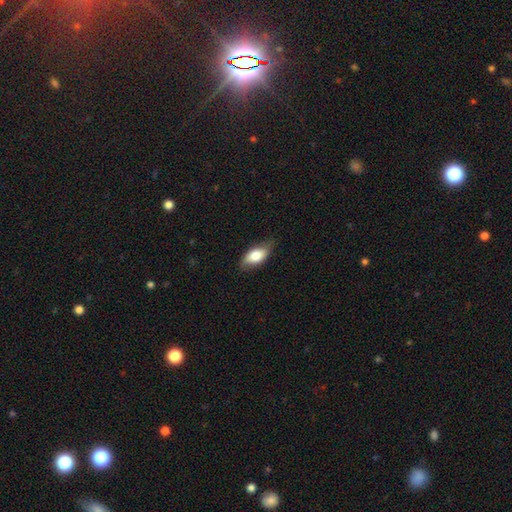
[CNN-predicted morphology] Smooth or featured: smooth — 71% (featured or disk — 23%)
How rounded: in between — 88% (cigar-shaped — 8%)
Merging: none — 75% (minor disturbance — 20%)